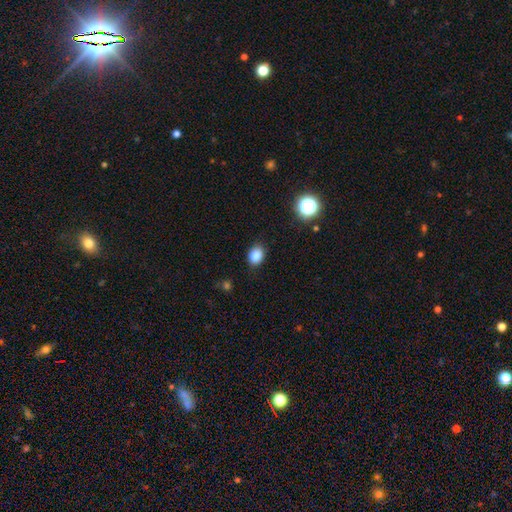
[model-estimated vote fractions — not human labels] A smooth galaxy with no disk features (84%) that is in between round and cigar-shaped (59%).

Vote fractions:
- Smooth or featured? smooth: 84% / star or artifact: 11% / featured or disk: 5%
- How rounded? in between: 59% / round: 40% / cigar-shaped: 1%
- Merging? none: 87% / minor disturbance: 10% / major disturbance: 2% / merger: 1%